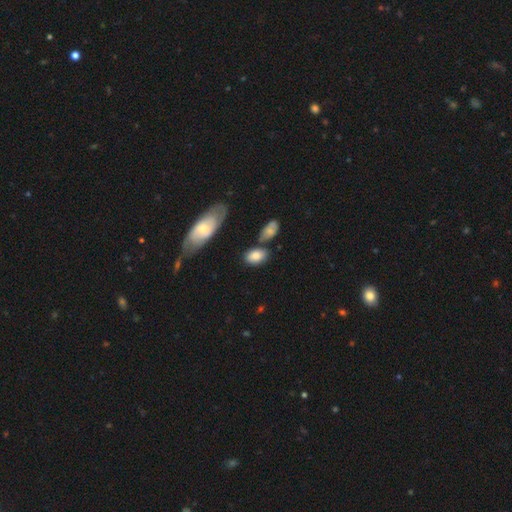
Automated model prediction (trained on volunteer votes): Smooth or featured: smooth — 79% (featured or disk — 13%)
How rounded: in between — 86% (round — 12%)
Merging: none — 66% (minor disturbance — 19%)